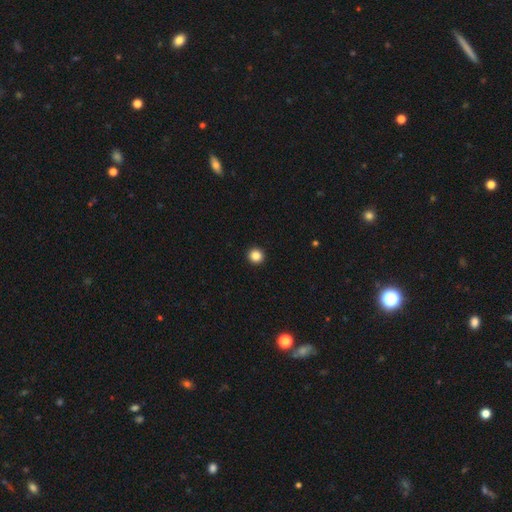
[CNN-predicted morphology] Q: Smooth or featured?
A: smooth (86%); runner-up: star or artifact (11%)
Q: How rounded?
A: round (94%); runner-up: in between (5%)
Q: Merging?
A: none (94%); runner-up: minor disturbance (4%)